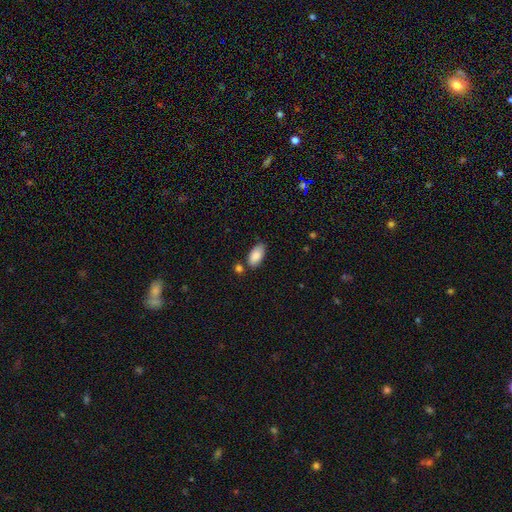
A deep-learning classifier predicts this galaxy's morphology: type=smooth (86%); roundness=in between (93%); merging=none (71%).